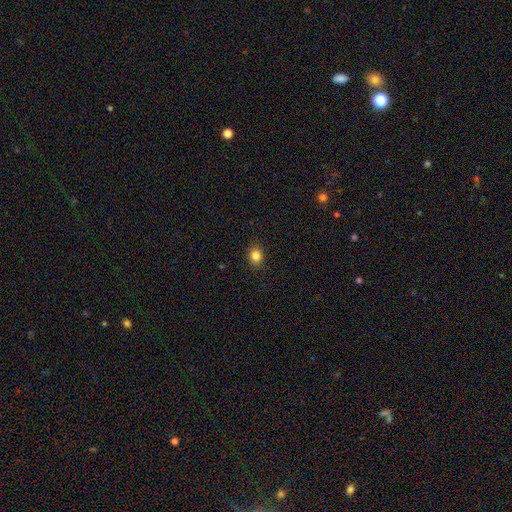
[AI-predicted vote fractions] Smooth or featured? smooth (83%)
How rounded? round (59%)
Merging? none (89%)